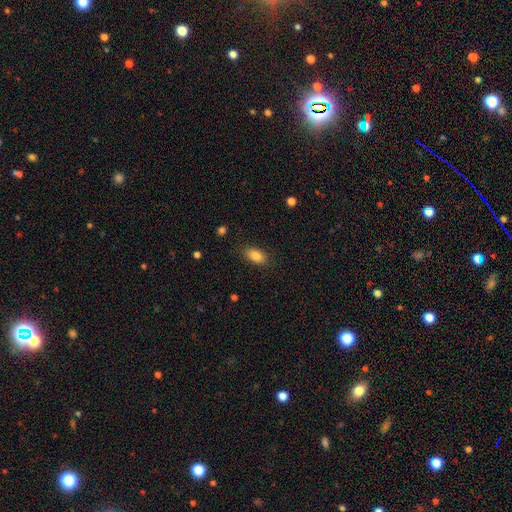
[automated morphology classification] A smooth galaxy with no disk features (86%) that is in between round and cigar-shaped (90%). Merging: none (84%).